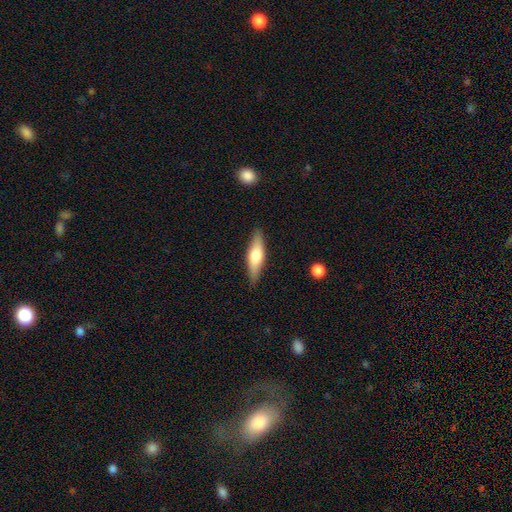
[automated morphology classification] type=smooth (56%); roundness=cigar-shaped (63%); merging=none (87%).